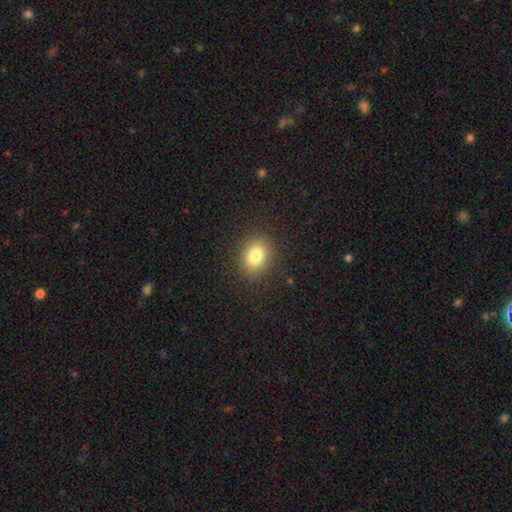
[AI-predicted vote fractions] Smooth or featured: smooth — 81% (star or artifact — 11%)
How rounded: in between — 58% (round — 41%)
Merging: none — 88% (minor disturbance — 8%)